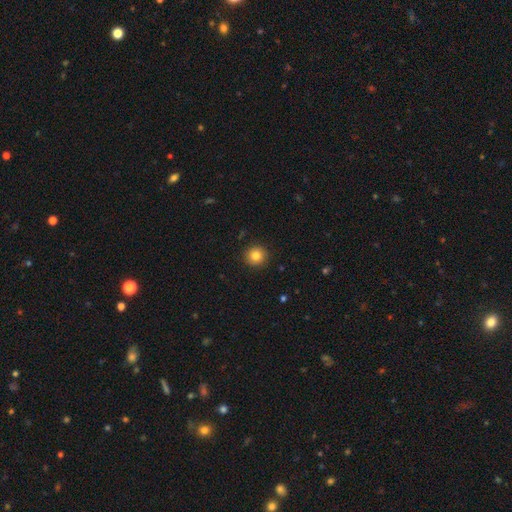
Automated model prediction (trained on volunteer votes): Morphology: type=smooth (83%); roundness=round (94%); merging=none (91%).